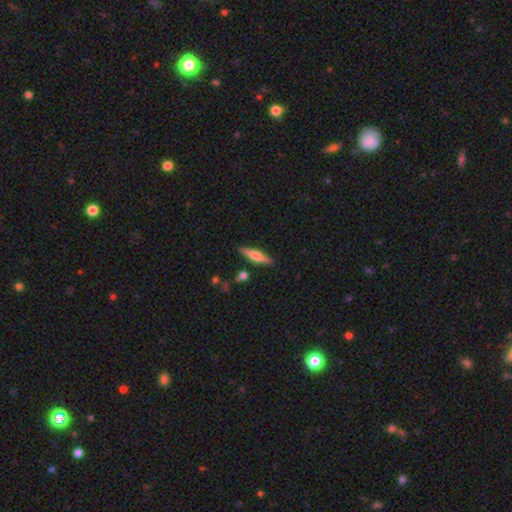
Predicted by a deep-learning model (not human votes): Smooth or featured: featured or disk — 51% (smooth — 43%)
Edge-on disk: yes — 95% (no — 5%)
Merging: none — 88% (minor disturbance — 8%)